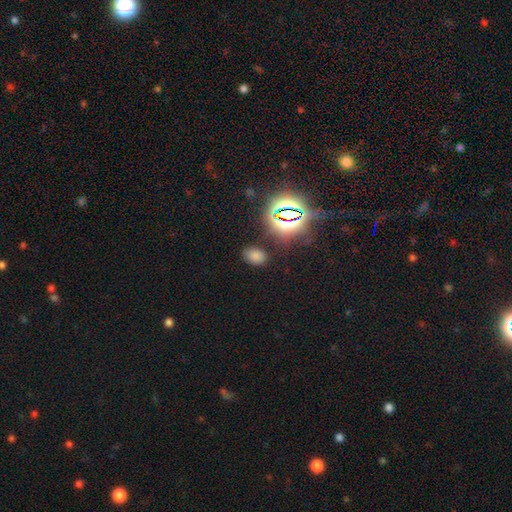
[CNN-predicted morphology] smooth_or_featured: smooth (p=0.68) [alt: star or artifact p=0.26]
how_rounded: in between (p=0.81) [alt: round p=0.18]
merging: none (p=0.80) [alt: minor disturbance p=0.13]